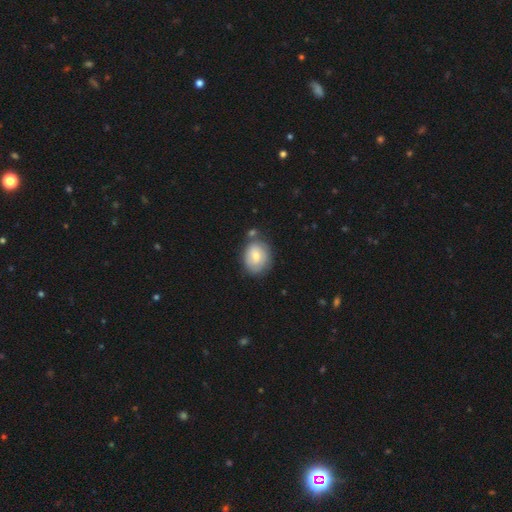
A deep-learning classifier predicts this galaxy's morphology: smooth_or_featured: smooth (p=0.60) [alt: featured or disk p=0.33]
how_rounded: in between (p=0.52) [alt: round p=0.47]
merging: none (p=0.63) [alt: minor disturbance p=0.21]